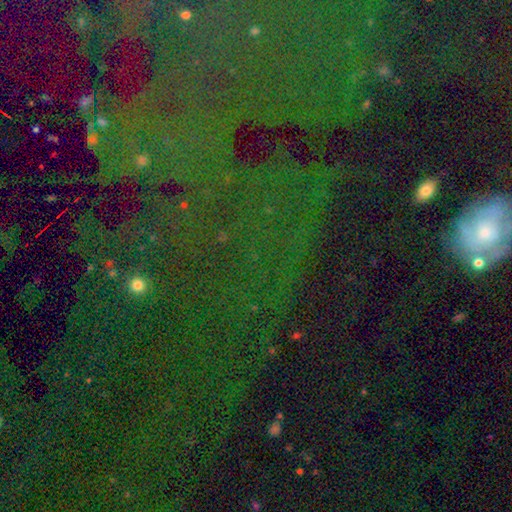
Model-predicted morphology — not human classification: type=star or artifact (72%).